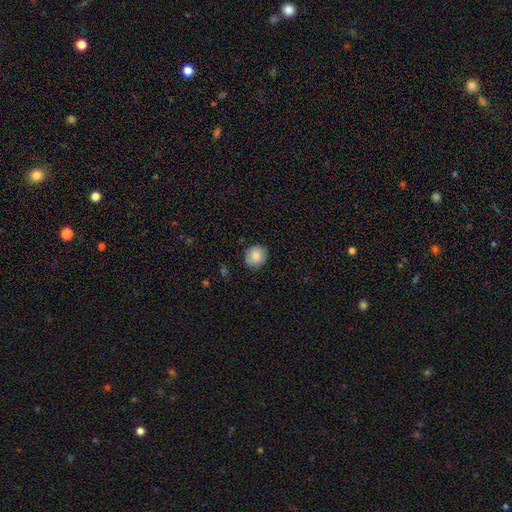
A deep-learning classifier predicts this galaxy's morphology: Smooth or featured?
  - smooth: 85% *
  - star or artifact: 8%
  - featured or disk: 7%
How rounded?
  - round: 82% *
  - in between: 17%
  - cigar-shaped: 1%
Merging?
  - none: 86% *
  - minor disturbance: 10%
  - major disturbance: 2%
  - merger: 1%